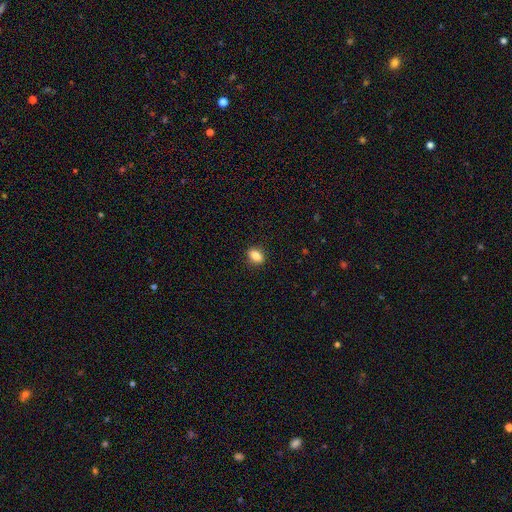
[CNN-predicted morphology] This appears to be a smooth galaxy with no disk features (86%) that is in between round and cigar-shaped (75%). Merging: none (89%).